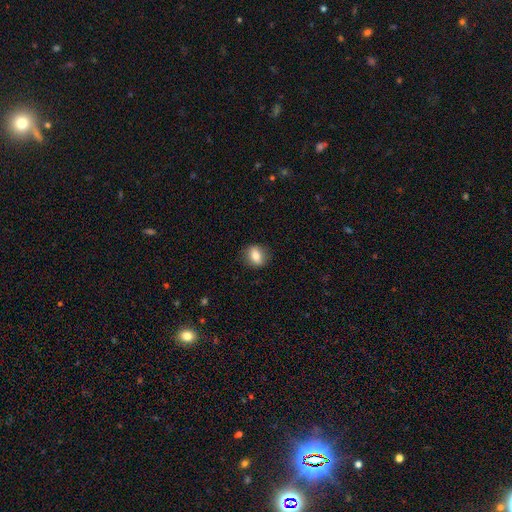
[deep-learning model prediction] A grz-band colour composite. It shows a smooth galaxy with no disk features (76%) that is in between round and cigar-shaped (51%). Merging: none (86%).